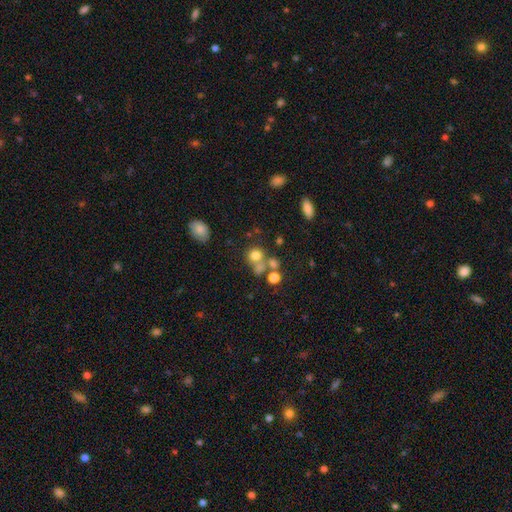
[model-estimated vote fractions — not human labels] Smooth or featured? smooth (72%)
How rounded? round (81%)
Merging? none (46%)